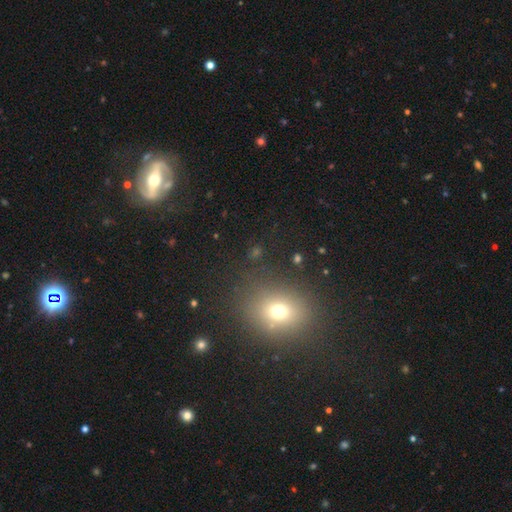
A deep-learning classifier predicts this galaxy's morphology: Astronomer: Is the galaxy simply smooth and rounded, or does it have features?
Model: smooth — 52% (runner-up: star or artifact, 33%).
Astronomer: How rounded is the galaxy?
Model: round — 58% (runner-up: in between, 40%).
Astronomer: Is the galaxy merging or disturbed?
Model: none — 82%.